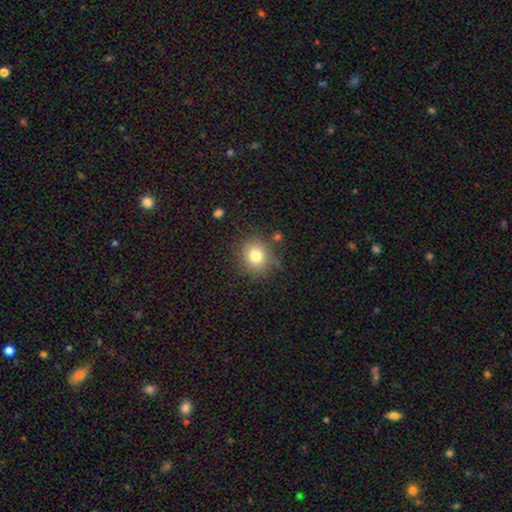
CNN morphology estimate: type=smooth (79%); roundness=round (78%); merging=none (80%).